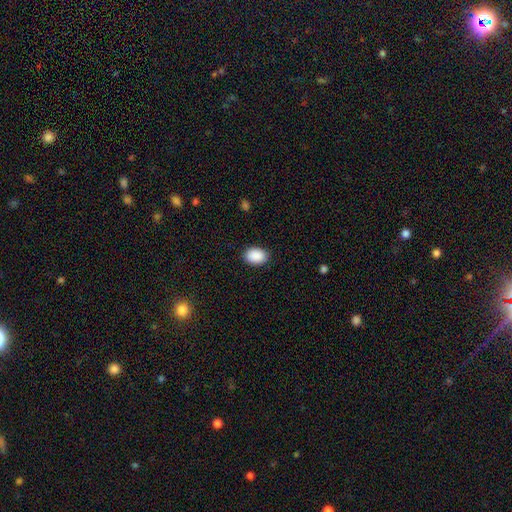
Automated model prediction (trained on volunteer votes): This is clearly a smooth galaxy (91%). How rounded: clearly in between (81%). Merging: clearly none (89%).